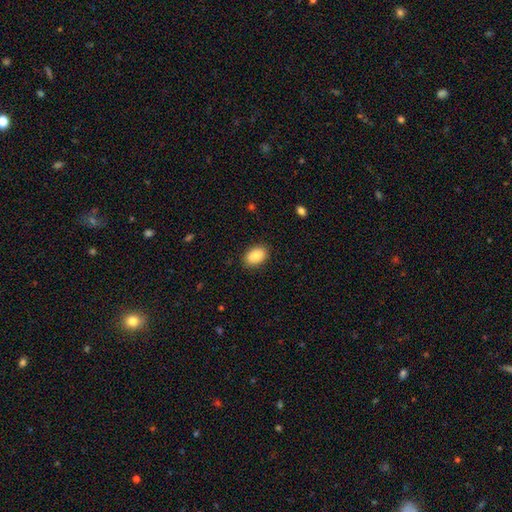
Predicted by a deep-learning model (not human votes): smooth_or_featured: smooth (p=0.86) [alt: featured or disk p=0.07]
how_rounded: in between (p=0.86) [alt: round p=0.13]
merging: none (p=0.87) [alt: minor disturbance p=0.09]